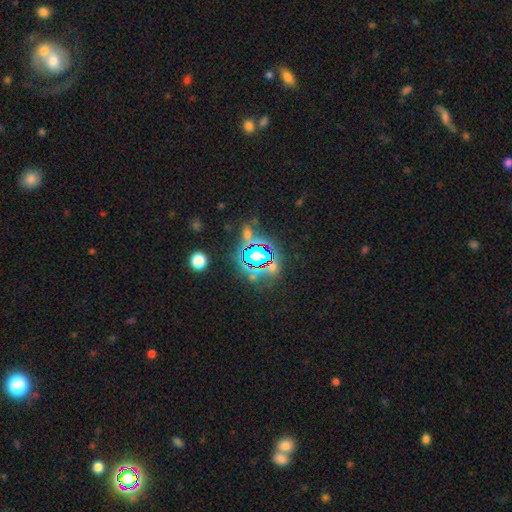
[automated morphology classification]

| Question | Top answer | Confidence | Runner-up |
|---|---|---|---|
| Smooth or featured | star or artifact | 67% | smooth (21%) |